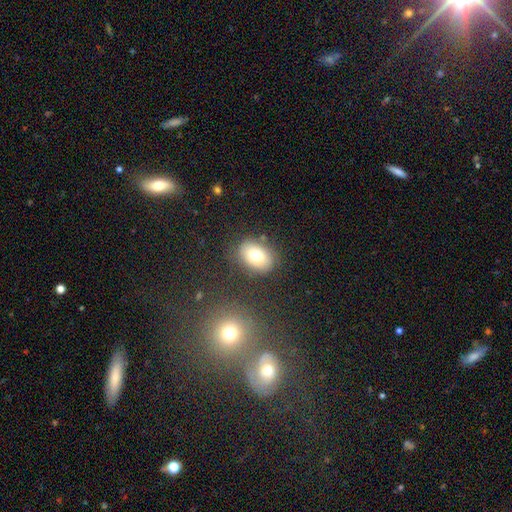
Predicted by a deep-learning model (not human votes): smooth_or_featured: smooth (p=0.76) [alt: featured or disk p=0.14]
how_rounded: in between (p=0.79) [alt: round p=0.20]
merging: none (p=0.79) [alt: minor disturbance p=0.14]